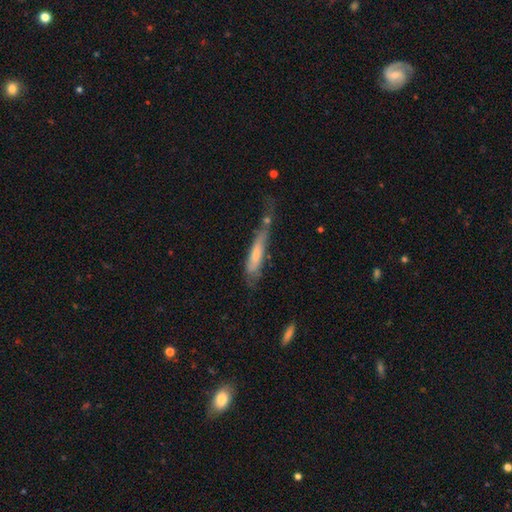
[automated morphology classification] Smooth or featured?
  - smooth: 46% * (tied)
  - featured or disk: 46% * (tied)
  - star or artifact: 9%
Merging?
  - none: 36% *
  - minor disturbance: 27%
  - major disturbance: 22%
  - merger: 14%